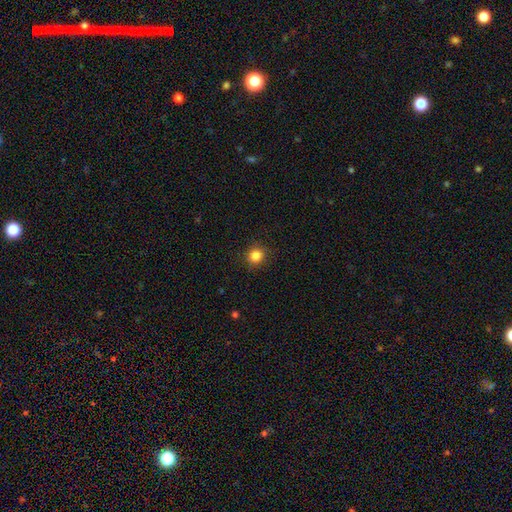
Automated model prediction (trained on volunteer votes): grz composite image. It shows a smooth galaxy with no disk features (84%) that is round (89%). Merging: none (89%).